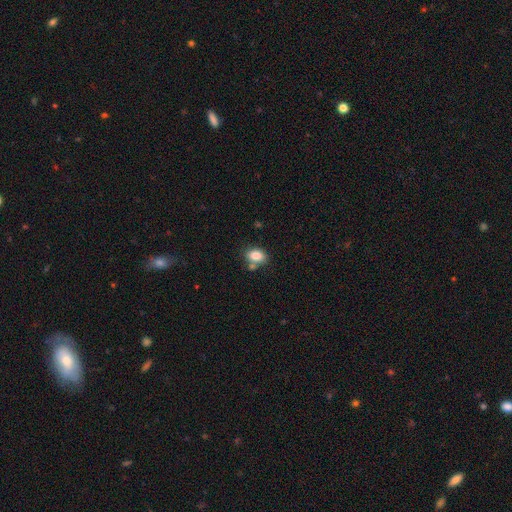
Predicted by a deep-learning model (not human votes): This is clearly a smooth galaxy (84%). How rounded: likely in between (79%). Merging: likely none (63%).